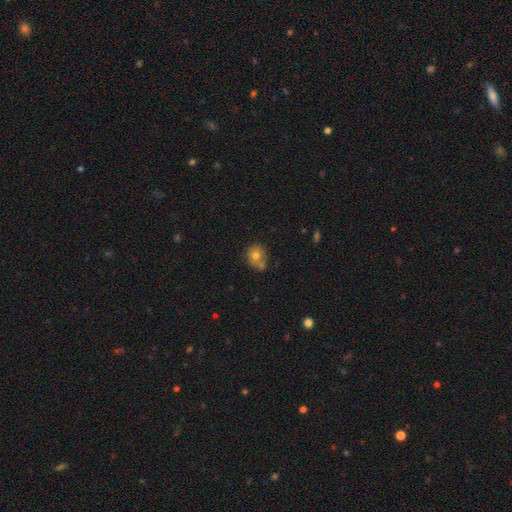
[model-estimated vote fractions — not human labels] Morphology: type=smooth (72%); roundness=round (79%); merging=none (52%).